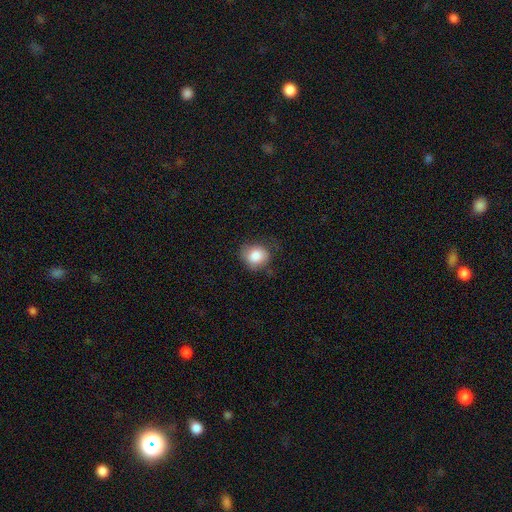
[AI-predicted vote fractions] Smooth or featured?
  - smooth: 85% *
  - star or artifact: 8%
  - featured or disk: 7%
How rounded?
  - round: 74% *
  - in between: 25%
  - cigar-shaped: 1%
Merging?
  - none: 64% *
  - minor disturbance: 26%
  - major disturbance: 8%
  - merger: 1%